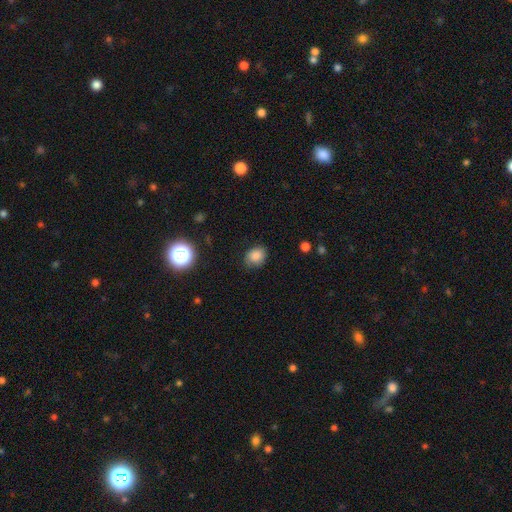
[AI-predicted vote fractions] smooth_or_featured: smooth (p=0.83) [alt: star or artifact p=0.11]
how_rounded: round (p=0.59) [alt: in between p=0.40]
merging: none (p=0.77) [alt: minor disturbance p=0.18]